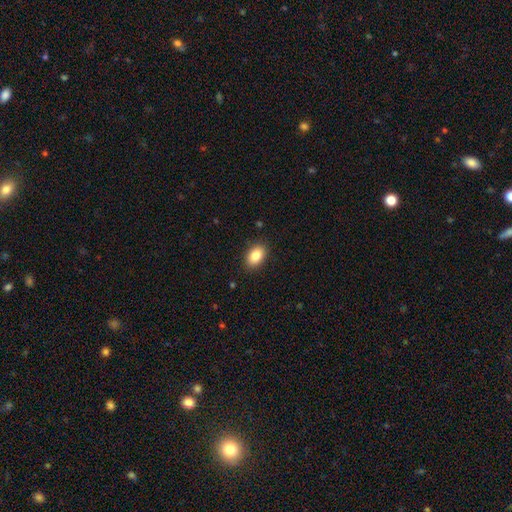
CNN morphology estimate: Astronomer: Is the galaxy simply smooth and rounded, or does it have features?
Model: smooth — 86%.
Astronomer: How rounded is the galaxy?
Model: in between — 87%.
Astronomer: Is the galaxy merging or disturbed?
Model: none — 88%.